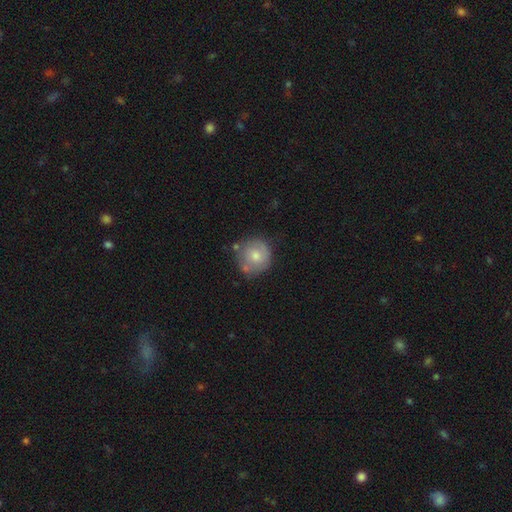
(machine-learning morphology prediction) Smooth or featured: smooth — 65% (featured or disk — 28%)
How rounded: round — 89% (in between — 10%)
Merging: none — 61% (minor disturbance — 22%)